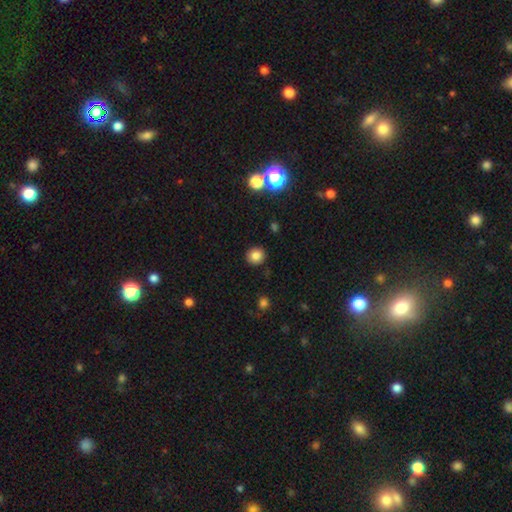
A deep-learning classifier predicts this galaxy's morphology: Overall: smooth (83%). How rounded: round (89%). Merging: none (90%).